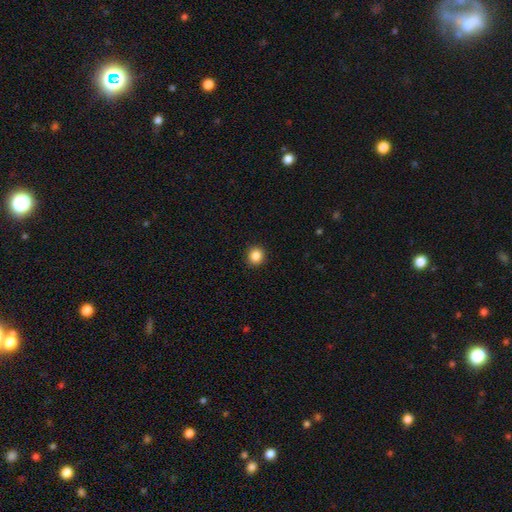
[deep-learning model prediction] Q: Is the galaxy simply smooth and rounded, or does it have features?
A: smooth — 87%.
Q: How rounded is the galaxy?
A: round — 92%.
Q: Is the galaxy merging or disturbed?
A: none — 93%.